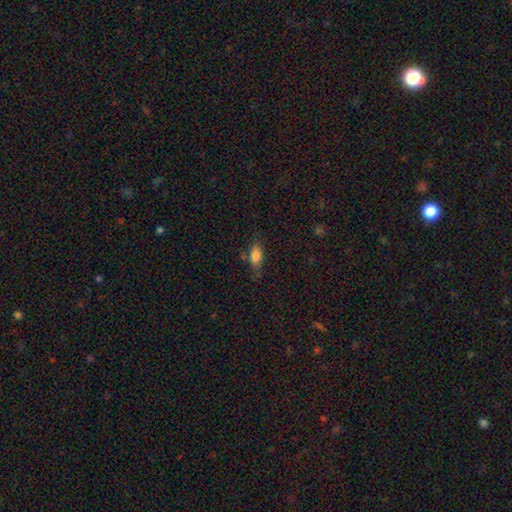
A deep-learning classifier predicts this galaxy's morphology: smooth-or-featured: smooth: 75% | featured or disk: 15% | star or artifact: 10%
  how-rounded: in between: 78% | cigar-shaped: 17% | round: 4%
  merging: none: 66% | minor disturbance: 22% | major disturbance: 6% | merger: 5%